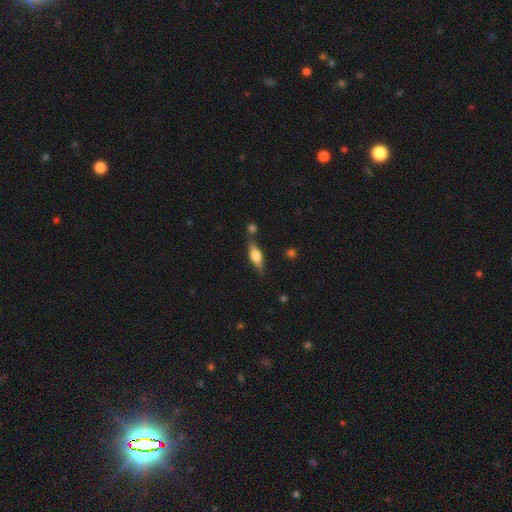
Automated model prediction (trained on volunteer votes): Morphology: type=smooth (52%); roundness=in between (56%); merging=none (70%).